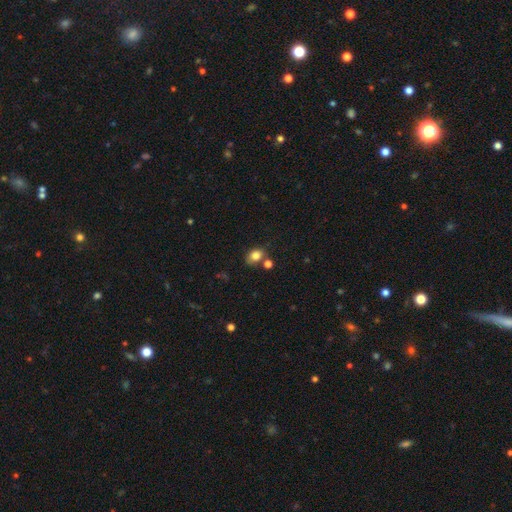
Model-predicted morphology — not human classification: A smooth galaxy with no disk features (82%) that is in between round and cigar-shaped (59%).

Vote fractions:
- Smooth or featured? smooth: 82% / star or artifact: 11% / featured or disk: 7%
- How rounded? in between: 59% / round: 40% / cigar-shaped: 1%
- Merging? none: 64% / minor disturbance: 16% / merger: 15% / major disturbance: 5%